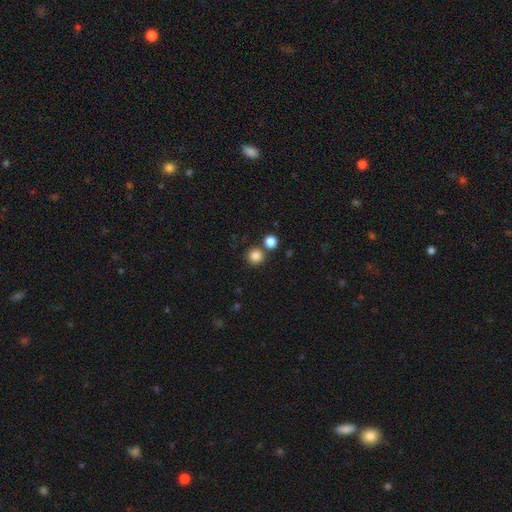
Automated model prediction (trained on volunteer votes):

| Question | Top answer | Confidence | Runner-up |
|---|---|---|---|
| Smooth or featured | smooth | 84% | star or artifact (12%) |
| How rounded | round | 94% | in between (5%) |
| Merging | none | 76% | merger (14%) |